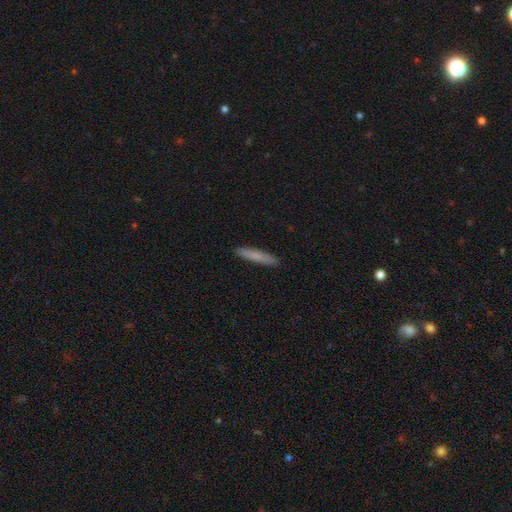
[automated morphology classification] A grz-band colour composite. It shows a smooth galaxy with no disk features (80%) that is cigar-shaped (92%). Merging: none (92%).